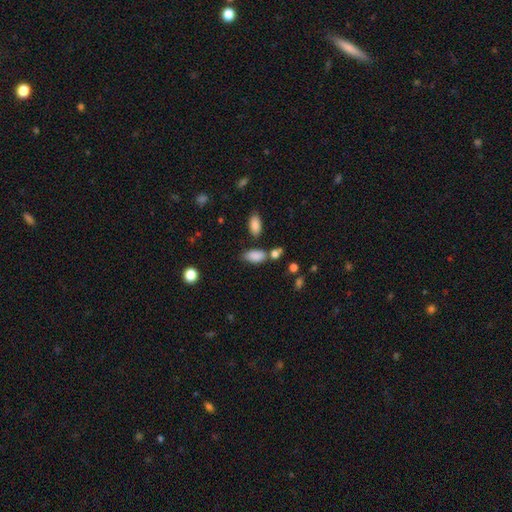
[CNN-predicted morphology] This appears to be a smooth galaxy with no disk features (84%) that is in between round and cigar-shaped (90%). Merging: none (54%).